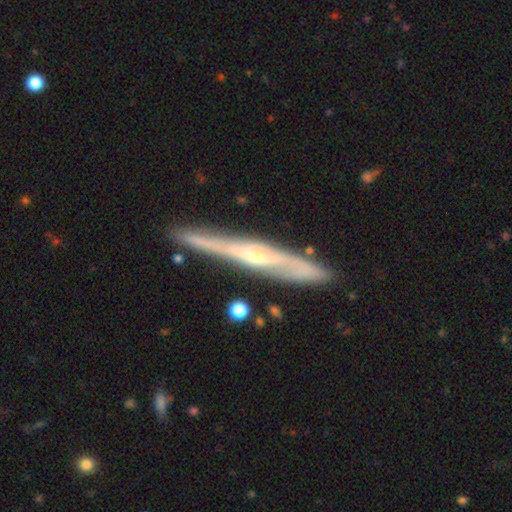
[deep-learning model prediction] smooth-or-featured: featured or disk: 77% | smooth: 17% | star or artifact: 6%
  disk-edge-on: yes: 86% | no: 14%
    edge-on-bulge: rounded: 51% | none: 41% | boxy: 8%
  merging: none: 78% | minor disturbance: 17% | major disturbance: 3% | merger: 3%